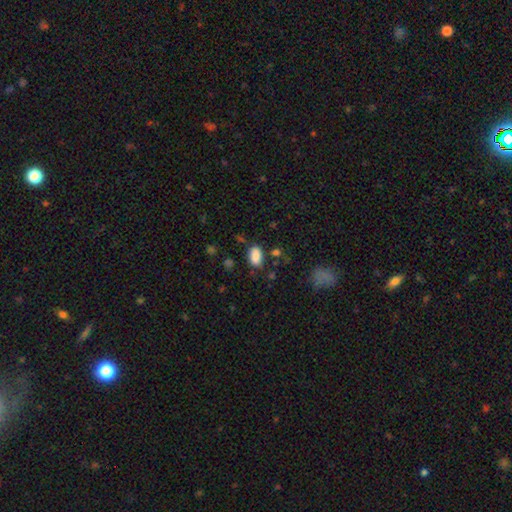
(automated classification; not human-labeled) Q: Smooth or featured?
A: smooth (86%); runner-up: star or artifact (8%)
Q: How rounded?
A: in between (91%); runner-up: round (8%)
Q: Merging?
A: none (74%); runner-up: minor disturbance (17%)